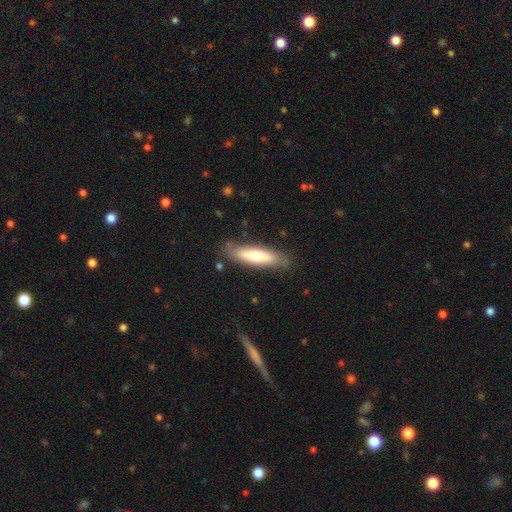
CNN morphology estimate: smooth_or_featured: smooth (p=0.62) [alt: featured or disk p=0.31]
how_rounded: cigar-shaped (p=0.72) [alt: in between p=0.27]
merging: none (p=0.82) [alt: minor disturbance p=0.14]